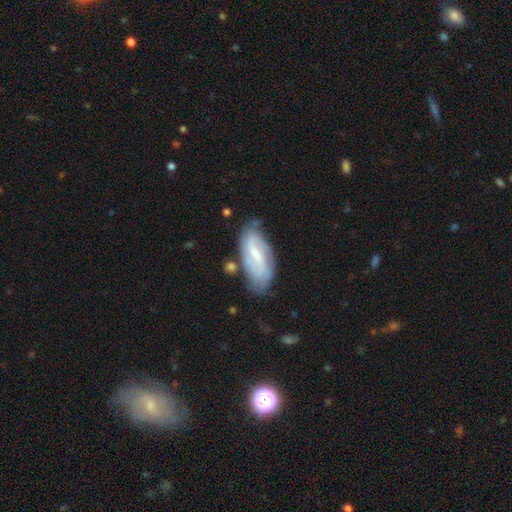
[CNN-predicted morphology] type=featured or disk (66%); edge-on=no (92%); bar=weak (51%); spiral arms=yes (85%); winding=medium (39%); arm count=2 (61%); bulge=small (55%); merging=none (63%).